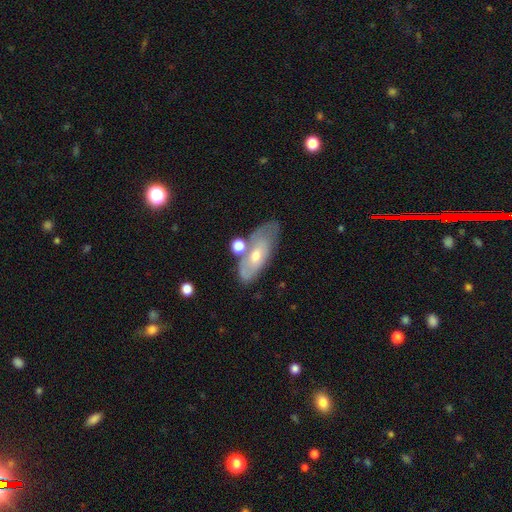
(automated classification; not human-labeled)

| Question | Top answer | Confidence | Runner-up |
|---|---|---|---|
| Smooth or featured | featured or disk | 51% | smooth (42%) |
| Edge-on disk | no | 79% | yes (21%) |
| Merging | none | 58% | minor disturbance (21%) |